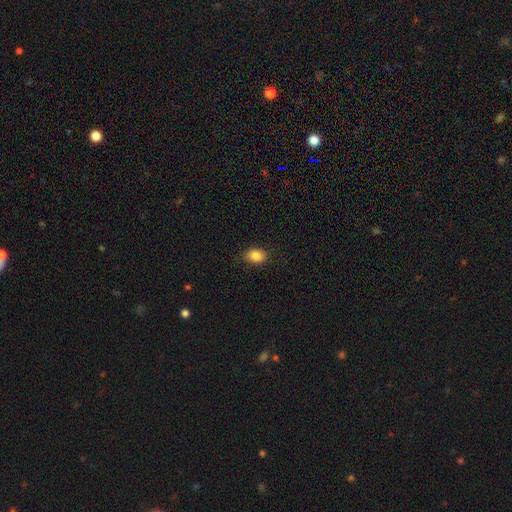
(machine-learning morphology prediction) The model was most divided on "how rounded": in between: 77%, round: 22%, cigar-shaped: 1%. More confident: smooth or featured — smooth (87%); merging — none (86%).